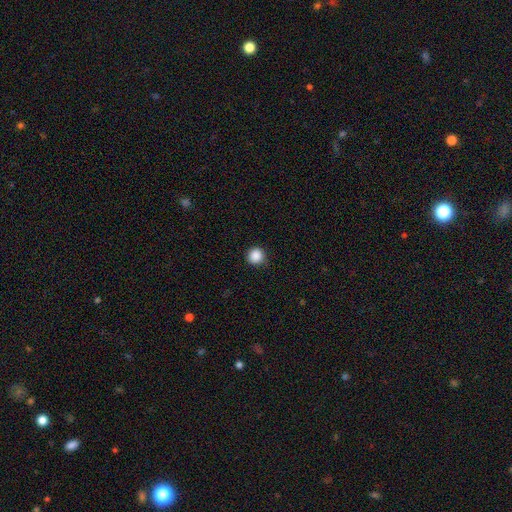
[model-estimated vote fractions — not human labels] The model was most divided on "smooth or featured": smooth: 88%, star or artifact: 10%, featured or disk: 2%. More confident: how rounded — round (95%); merging — none (89%).